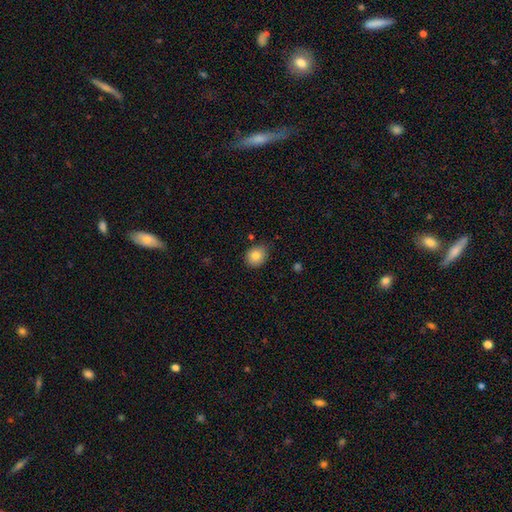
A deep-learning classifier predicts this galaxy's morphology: Smooth or featured? Predicted: smooth (p=0.83). How rounded? Predicted: round (p=0.74). Merging? Predicted: none (p=0.77).